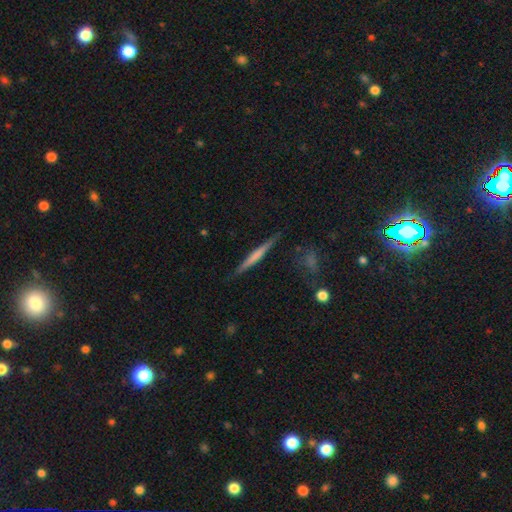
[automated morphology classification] A featured or disk galaxy (49%). Merging: none (85%).